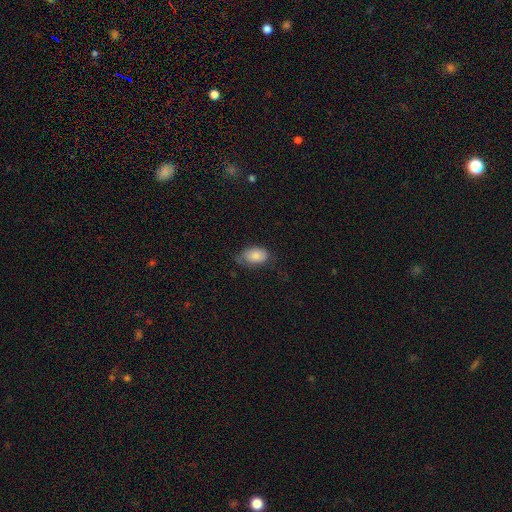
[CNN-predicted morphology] smooth_or_featured: smooth (p=0.83) [alt: featured or disk p=0.10]
how_rounded: in between (p=0.91) [alt: round p=0.08]
merging: none (p=0.52) [alt: minor disturbance p=0.36]